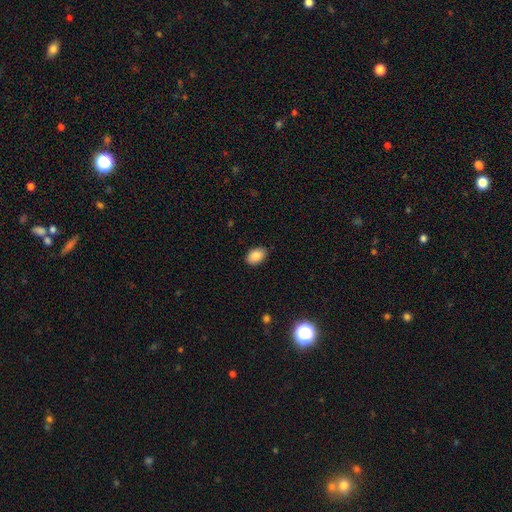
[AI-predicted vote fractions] This is clearly a smooth galaxy (87%). How rounded: clearly in between (86%). Merging: clearly none (86%).